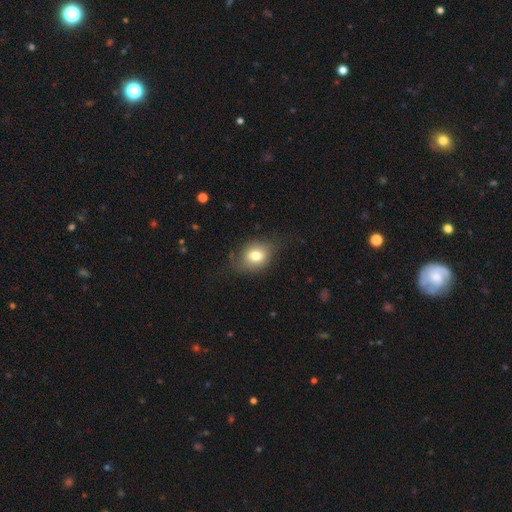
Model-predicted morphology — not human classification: The model was most divided on "how rounded": in between: 53%, round: 46%, cigar-shaped: 1%. More confident: smooth or featured — smooth (74%); merging — none (68%).